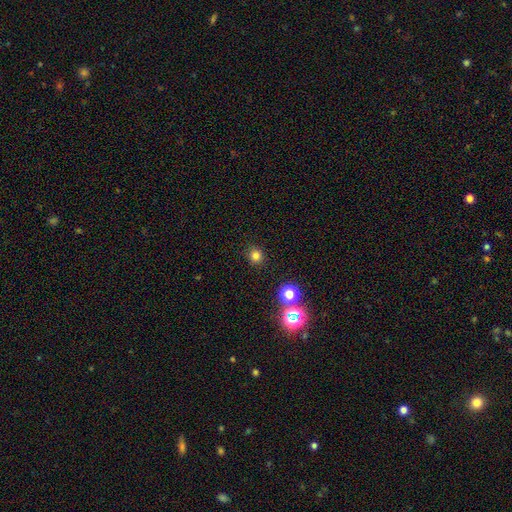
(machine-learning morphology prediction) Q: Smooth or featured?
A: smooth (78%); runner-up: star or artifact (17%)
Q: How rounded?
A: round (89%); runner-up: in between (10%)
Q: Merging?
A: none (90%); runner-up: minor disturbance (6%)